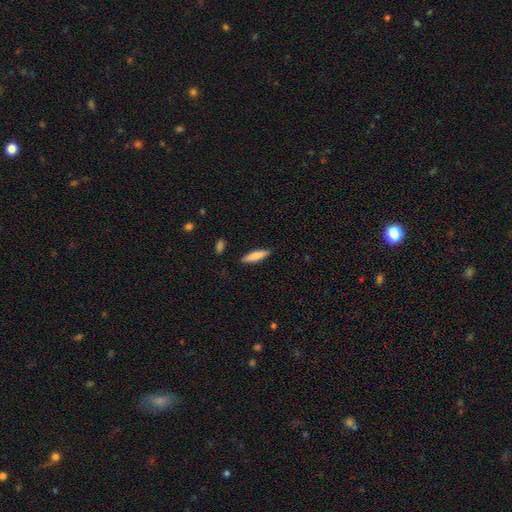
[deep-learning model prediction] Smooth or featured?
  - smooth: 78% *
  - featured or disk: 17%
  - star or artifact: 6%
How rounded?
  - cigar-shaped: 78% *
  - in between: 21%
  - round: 1%
Merging?
  - none: 88% *
  - minor disturbance: 9%
  - major disturbance: 2%
  - merger: 1%